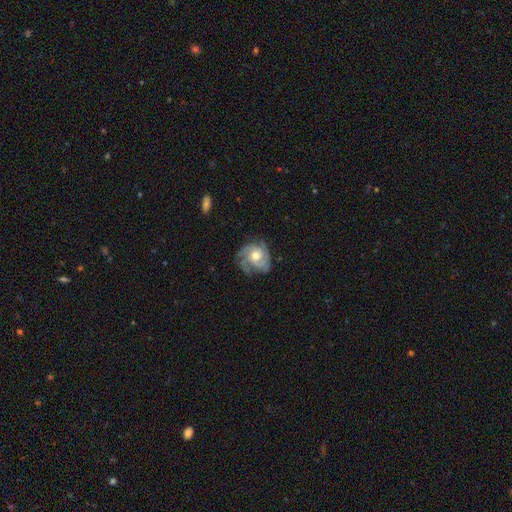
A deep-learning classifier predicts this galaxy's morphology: Overall: featured or disk (83%). Edge-on disk: no (98%). Bar: no (77%). Spiral arms: yes (96%). Spiral arm count: 3 (43%; can't tell 18%). Spiral winding: tight (59%; medium 34%). Bulge size: moderate (73%). Merging: none (70%).